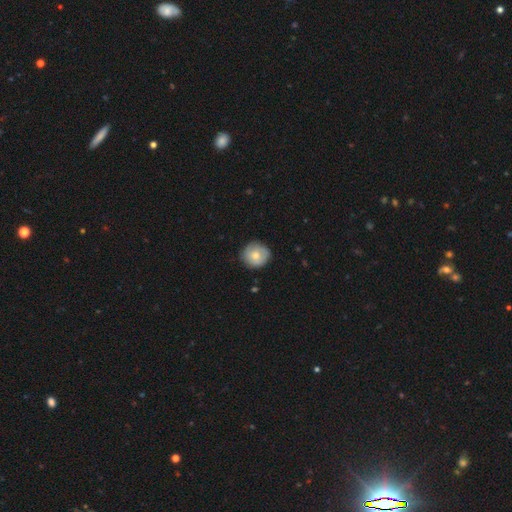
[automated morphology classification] This appears to be a smooth galaxy with no disk features (65%) that is round (91%). Merging: none (81%).